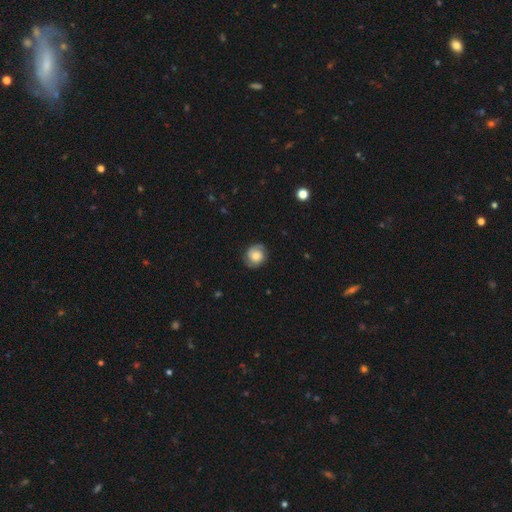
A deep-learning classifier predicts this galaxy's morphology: The model was most divided on "smooth or featured": smooth: 47%, featured or disk: 44%, star or artifact: 9%. More confident: merging — none (79%).